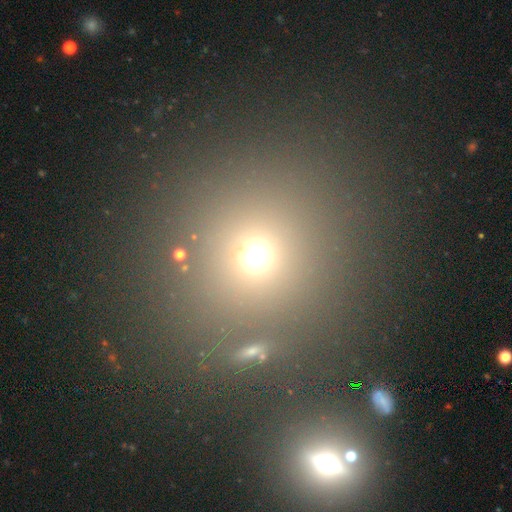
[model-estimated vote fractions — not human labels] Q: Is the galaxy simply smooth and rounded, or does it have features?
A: smooth — 64%.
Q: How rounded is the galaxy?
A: round — 90%.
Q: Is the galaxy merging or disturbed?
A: none — 76%.